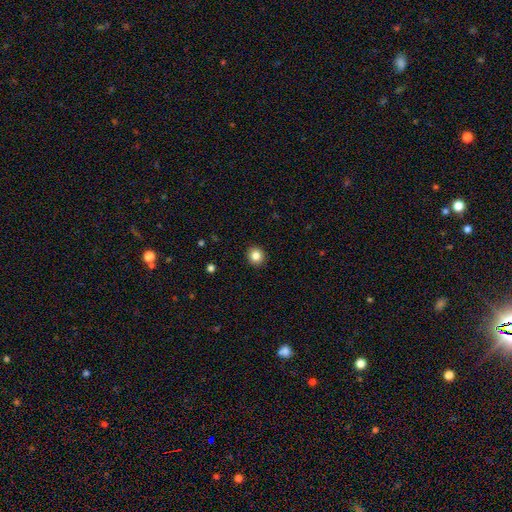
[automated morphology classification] This is clearly a smooth galaxy (84%). How rounded: clearly round (91%). Merging: clearly none (93%).